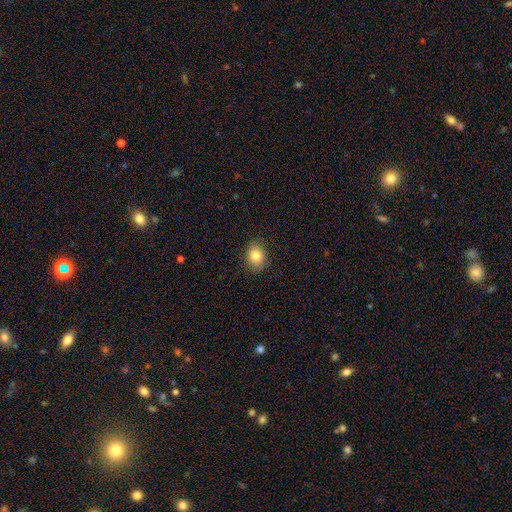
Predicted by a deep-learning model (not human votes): smooth_or_featured: smooth (p=0.82) [alt: star or artifact p=0.09]
how_rounded: in between (p=0.60) [alt: round p=0.39]
merging: none (p=0.86) [alt: minor disturbance p=0.11]